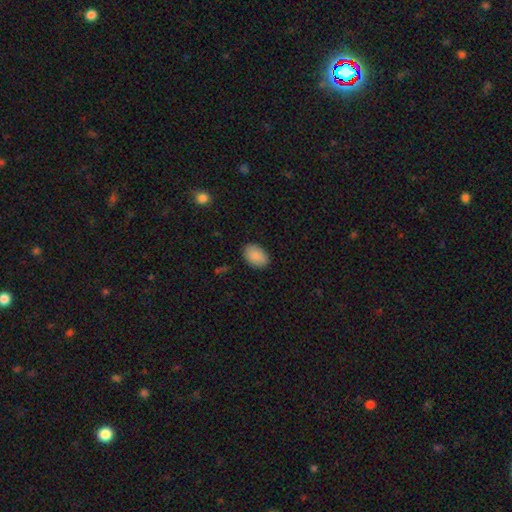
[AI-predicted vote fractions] smooth-or-featured: smooth: 90% | star or artifact: 7% | featured or disk: 4%
  how-rounded: in between: 85% | round: 14% | cigar-shaped: 1%
  merging: none: 87% | minor disturbance: 10% | major disturbance: 2% | merger: 1%